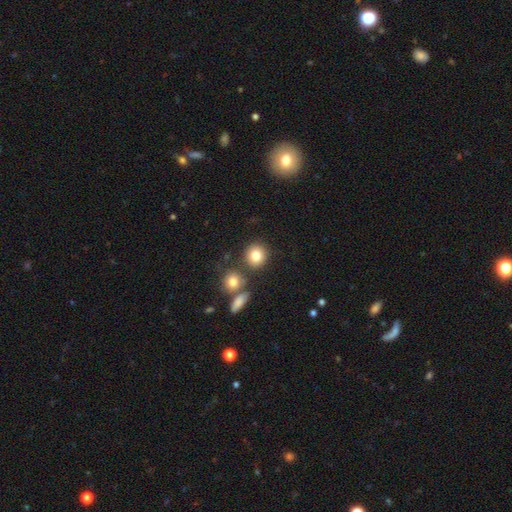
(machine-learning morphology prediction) smooth 82%, star or artifact 10%, featured or disk 8%. Down the decision tree: how rounded — round (84%); merging — none (76%).